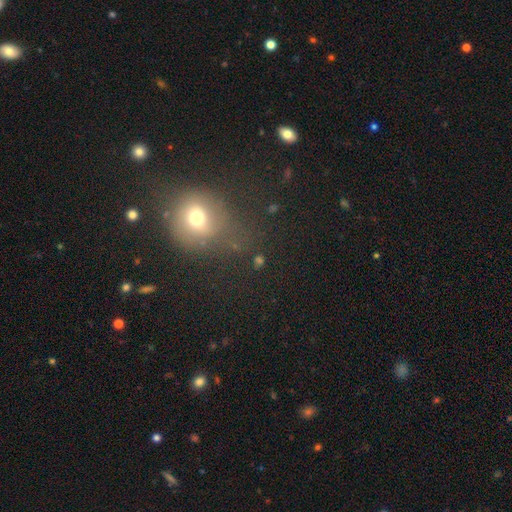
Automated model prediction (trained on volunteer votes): smooth-or-featured: smooth: 57% | star or artifact: 29% | featured or disk: 13%
  how-rounded: round: 74% | in between: 24% | cigar-shaped: 2%
  merging: none: 62% | minor disturbance: 21% | major disturbance: 13% | merger: 4%